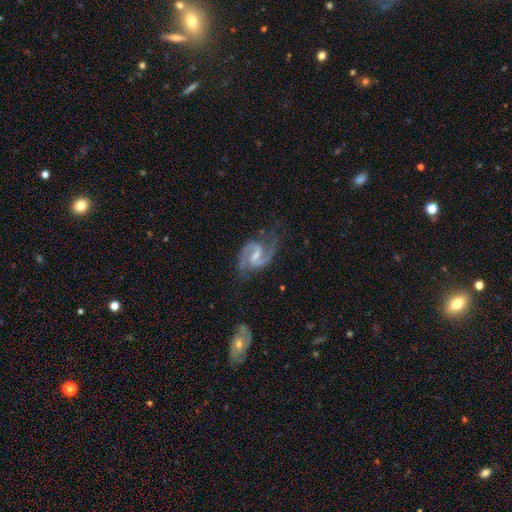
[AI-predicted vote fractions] The model was most divided on "bulge size": small: 49%, moderate: 31%, none: 17%, large: 2%, dominant: 1%. More confident: spiral arms — yes (98%); edge-on disk — no (98%); spiral arm count — 2 (94%); smooth or featured — featured or disk (93%); merging — none (72%); spiral winding — medium (63%); bar — weak (56%).